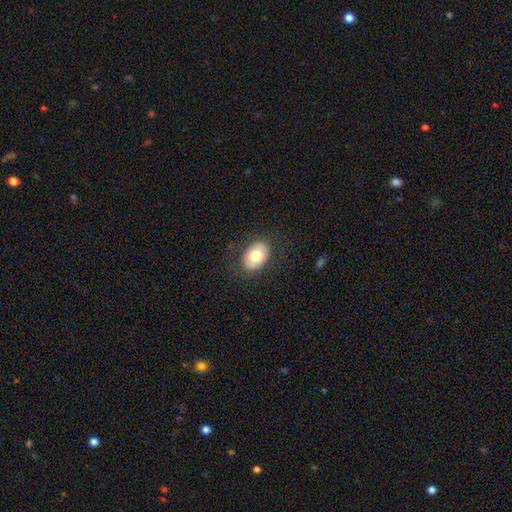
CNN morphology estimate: Q: Smooth or featured?
A: smooth (72%); runner-up: featured or disk (21%)
Q: How rounded?
A: in between (81%); runner-up: round (18%)
Q: Merging?
A: none (82%); runner-up: minor disturbance (13%)